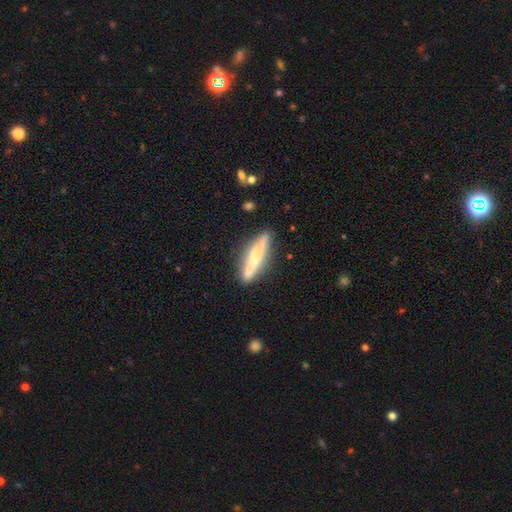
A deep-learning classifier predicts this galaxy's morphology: Q: Smooth or featured?
A: featured or disk (57%); runner-up: smooth (36%)
Q: Edge-on disk?
A: yes (89%); runner-up: no (11%)
Q: Edge-on bulge?
A: rounded (48%); runner-up: none (34%)
Q: Merging?
A: none (79%); runner-up: minor disturbance (14%)